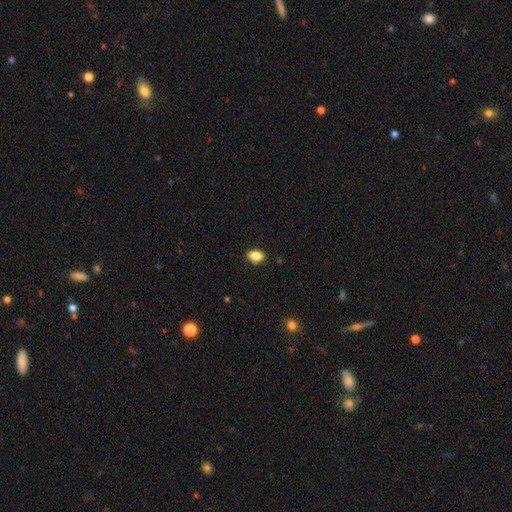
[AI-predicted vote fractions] smooth 85%, star or artifact 9%, featured or disk 7%. Down the decision tree: how rounded — in between (84%); merging — none (84%).